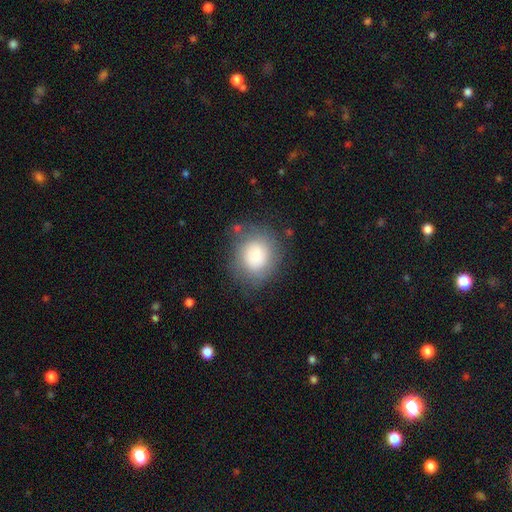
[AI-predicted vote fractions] Overall: smooth (79%). How rounded: round (75%). Merging: none (69%).